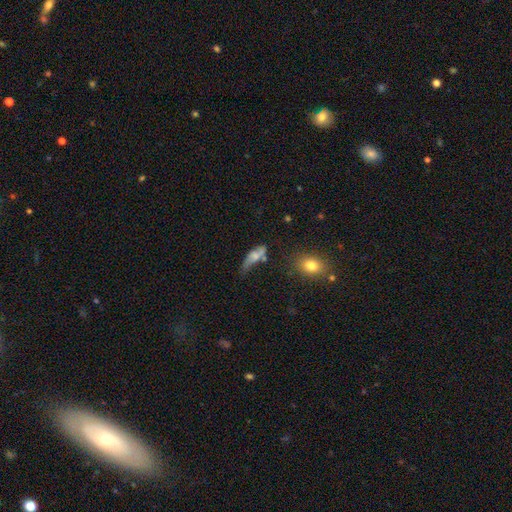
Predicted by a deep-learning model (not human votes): A smooth galaxy with no disk features (59%) that is in between round and cigar-shaped (63%). Merging: none (31%, tied with minor disturbance).